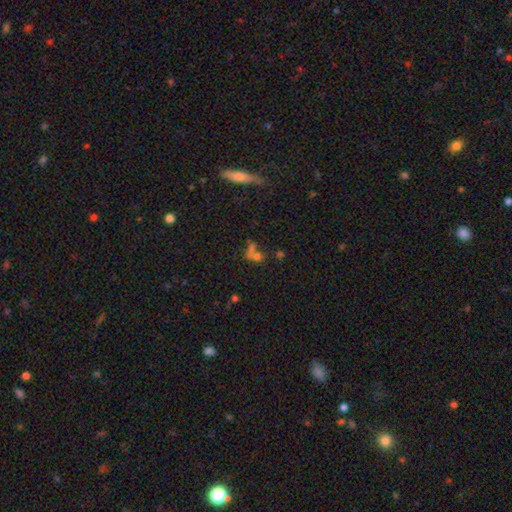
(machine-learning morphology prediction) Smooth or featured? Predicted: smooth (p=0.47). Merging? Predicted: none (p=0.43).